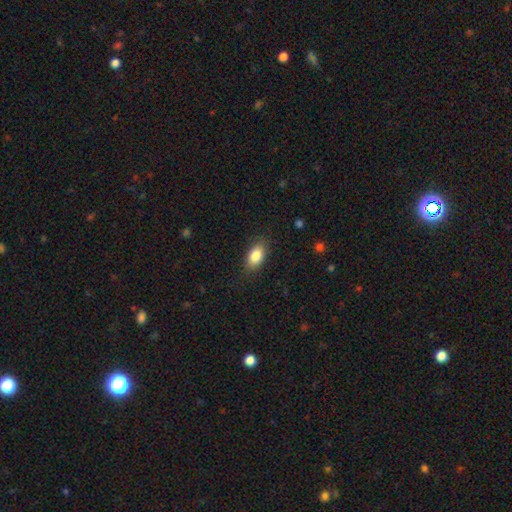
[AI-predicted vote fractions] Smooth or featured? Predicted: smooth (p=0.84). How rounded? Predicted: in between (p=0.89). Merging? Predicted: none (p=0.84).